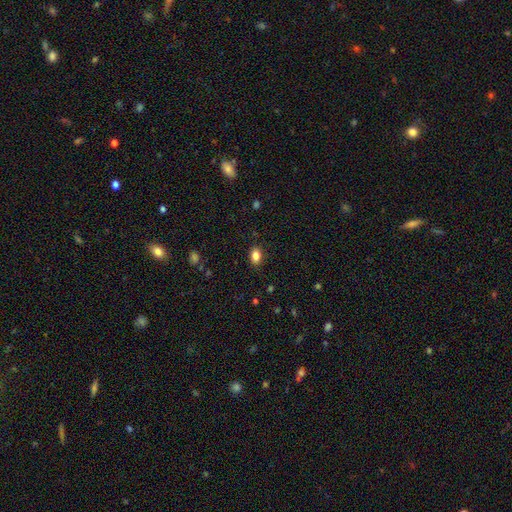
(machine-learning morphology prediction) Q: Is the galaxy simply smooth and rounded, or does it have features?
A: smooth — 85%.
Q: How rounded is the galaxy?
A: in between — 85%.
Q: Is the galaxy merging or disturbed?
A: none — 86%.